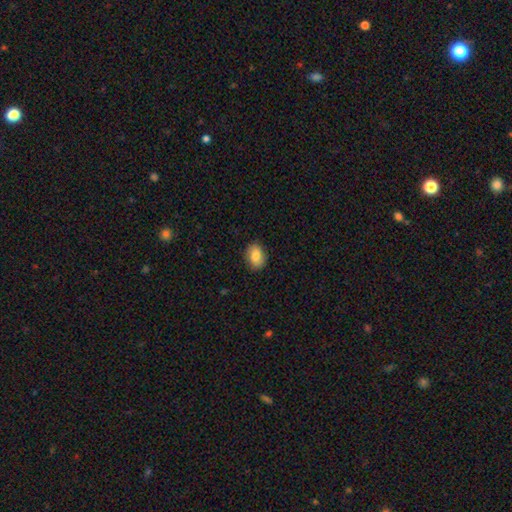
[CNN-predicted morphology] smooth_or_featured: smooth (p=0.83) [alt: featured or disk p=0.10]
how_rounded: in between (p=0.72) [alt: round p=0.27]
merging: none (p=0.86) [alt: minor disturbance p=0.10]